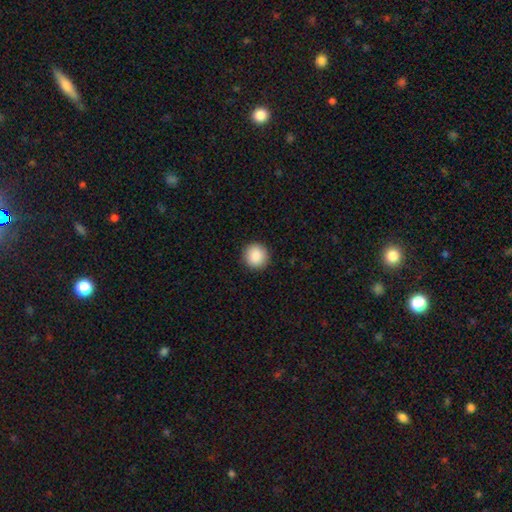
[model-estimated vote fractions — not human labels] Q: Smooth or featured?
A: smooth (89%); runner-up: star or artifact (8%)
Q: How rounded?
A: round (95%); runner-up: in between (4%)
Q: Merging?
A: none (92%); runner-up: minor disturbance (5%)